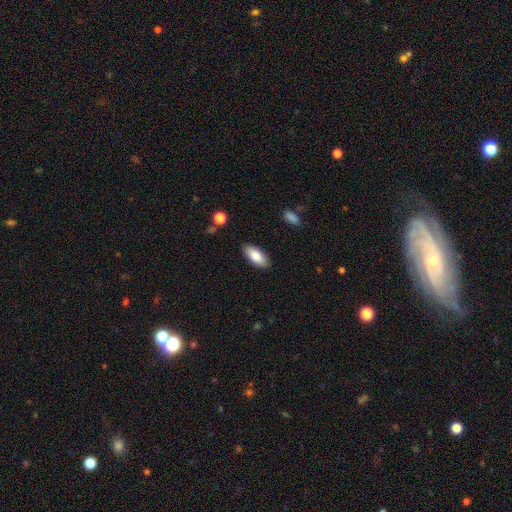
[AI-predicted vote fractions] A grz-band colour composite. It shows a smooth galaxy with no disk features (80%) that is in between round and cigar-shaped (86%). Merging: none (88%).